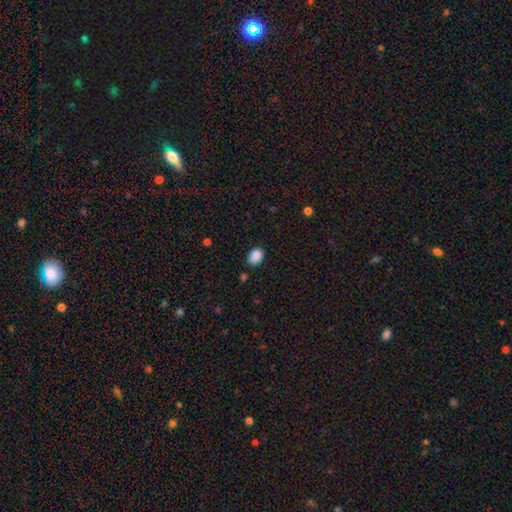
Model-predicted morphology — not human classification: smooth 88%, star or artifact 8%, featured or disk 3%. Down the decision tree: how rounded — in between (83%); merging — none (78%).